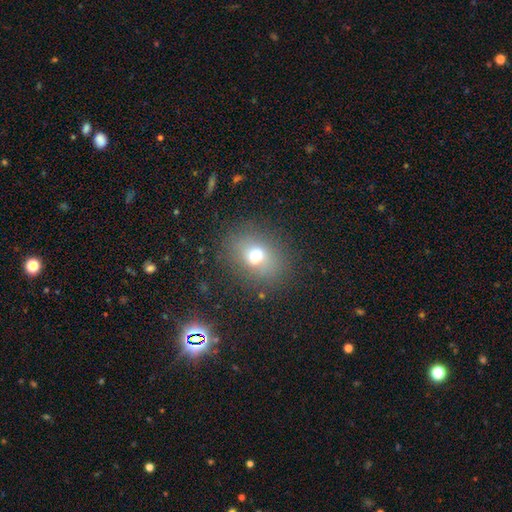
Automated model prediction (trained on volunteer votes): This is likely a smooth galaxy (67%). How rounded: possibly in between (54%). Merging: likely none (78%).